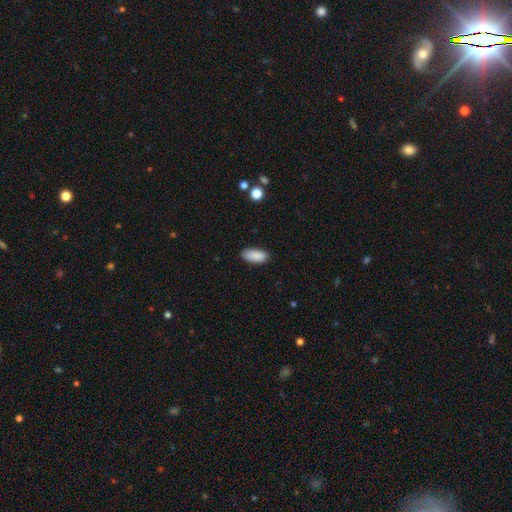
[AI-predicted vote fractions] This is clearly a smooth galaxy (89%). How rounded: clearly in between (88%). Merging: clearly none (86%).